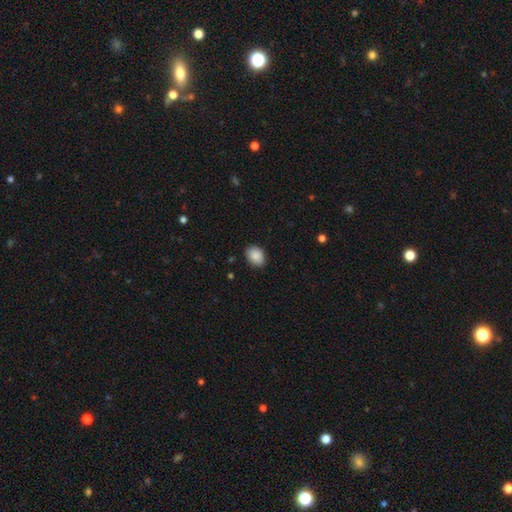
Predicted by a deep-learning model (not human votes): Q: Smooth or featured?
A: smooth (90%); runner-up: star or artifact (7%)
Q: How rounded?
A: in between (67%); runner-up: round (32%)
Q: Merging?
A: none (87%); runner-up: minor disturbance (10%)